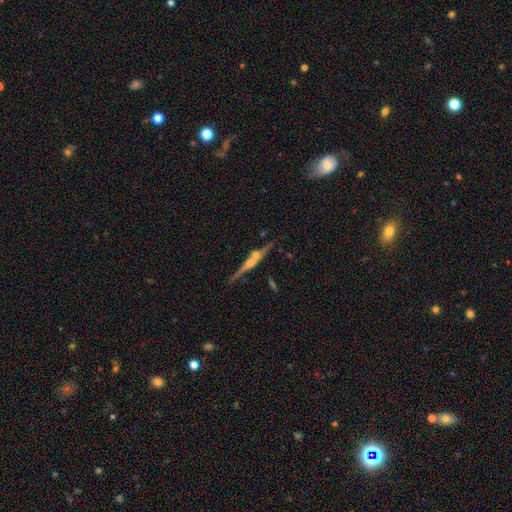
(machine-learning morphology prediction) featured or disk 67%, smooth 18%, star or artifact 14%. Down the decision tree: edge-on disk — yes (92%); edge-on bulge — rounded (72%); merging — none (78%).